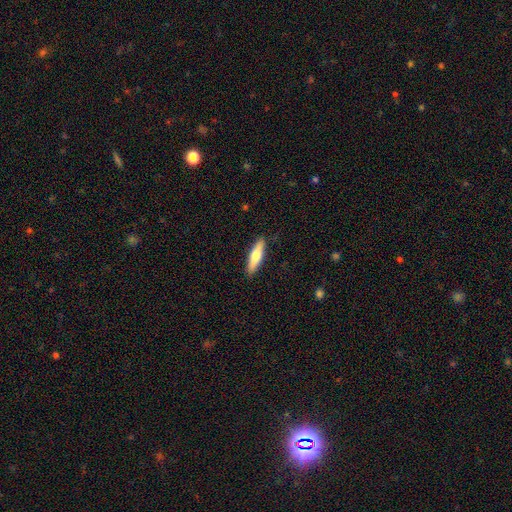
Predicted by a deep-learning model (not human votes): A smooth galaxy with no disk features (60%) that is cigar-shaped (72%). Merging: none (89%).